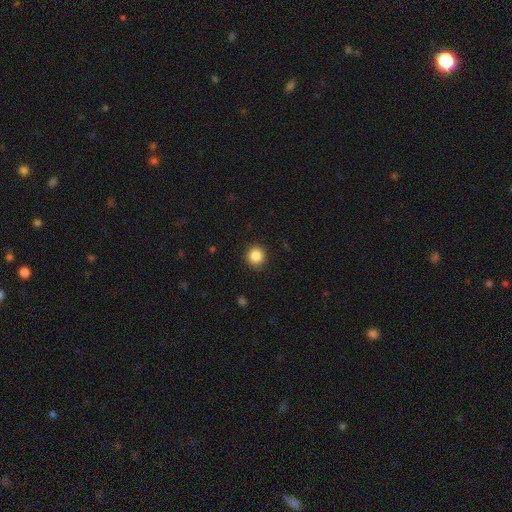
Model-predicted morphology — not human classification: Q: Smooth or featured?
A: smooth (86%); runner-up: star or artifact (10%)
Q: How rounded?
A: round (92%); runner-up: in between (8%)
Q: Merging?
A: none (90%); runner-up: minor disturbance (7%)